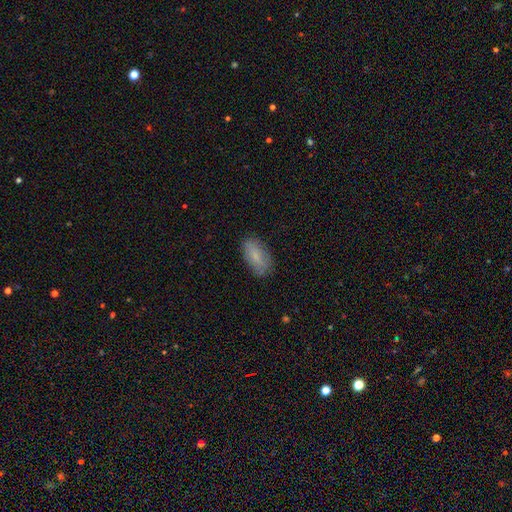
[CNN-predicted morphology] Smooth or featured? smooth (77%)
How rounded? in between (91%)
Merging? none (82%)